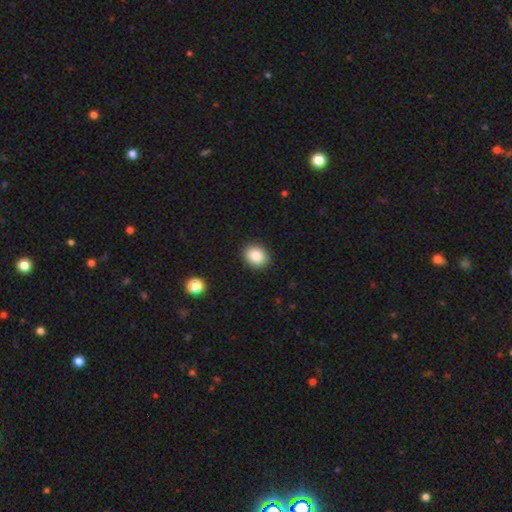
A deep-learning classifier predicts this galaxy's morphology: Overall: smooth (86%). How rounded: in between (51%; round 49%). Merging: none (90%).